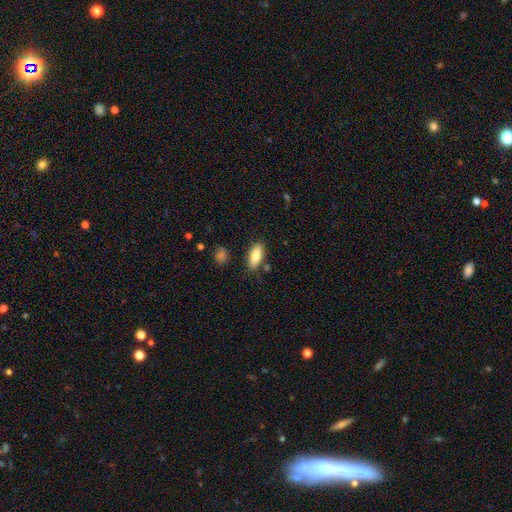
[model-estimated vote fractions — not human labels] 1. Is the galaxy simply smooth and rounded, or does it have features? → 82% smooth, 11% featured or disk, 7% star or artifact.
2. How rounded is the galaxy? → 82% in between, 16% cigar-shaped, 3% round.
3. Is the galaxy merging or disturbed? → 80% none, 14% minor disturbance, 4% merger, 3% major disturbance.